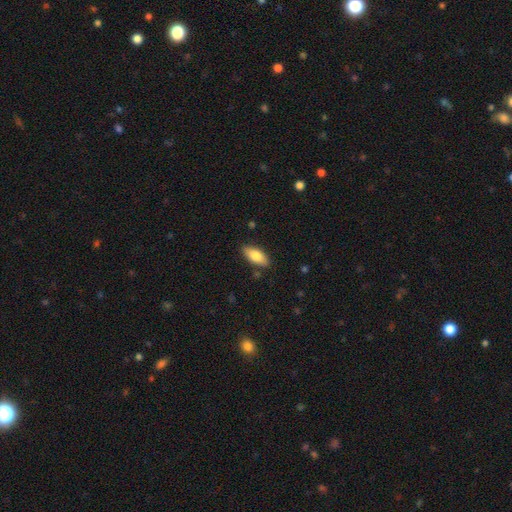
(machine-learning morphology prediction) smooth_or_featured: smooth (p=0.79) [alt: featured or disk p=0.15]
how_rounded: in between (p=0.85) [alt: cigar-shaped p=0.13]
merging: none (p=0.85) [alt: minor disturbance p=0.11]